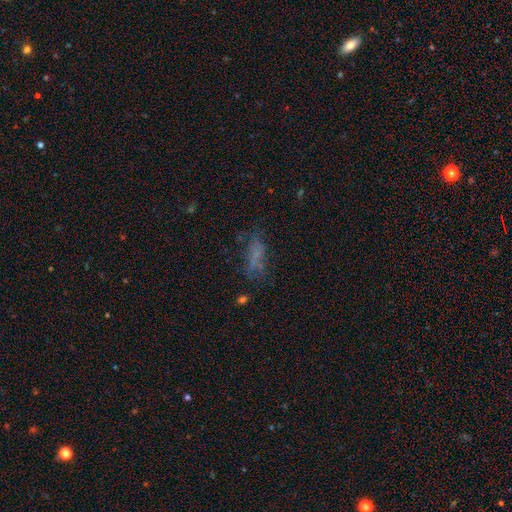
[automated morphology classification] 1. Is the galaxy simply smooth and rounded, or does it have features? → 49% smooth, 30% featured or disk, 21% star or artifact.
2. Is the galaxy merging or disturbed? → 49% none, 25% major disturbance, 22% minor disturbance, 4% merger.